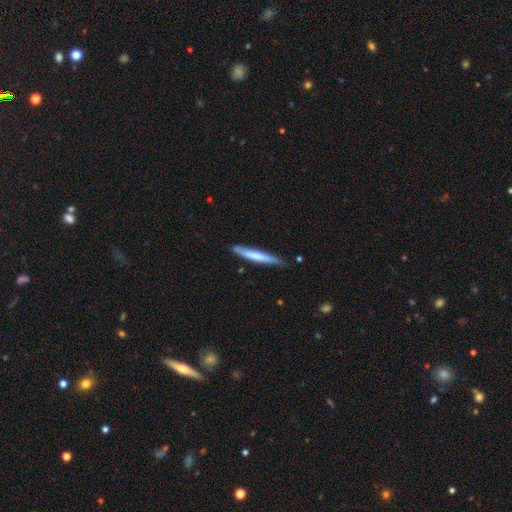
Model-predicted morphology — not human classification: type=smooth (67%); roundness=cigar-shaped (95%); merging=none (81%).